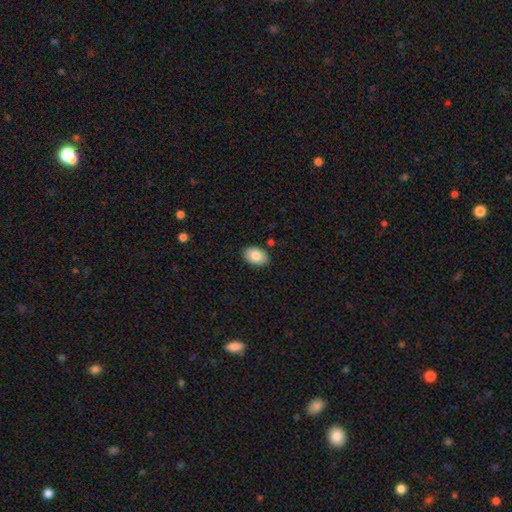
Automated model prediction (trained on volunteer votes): smooth_or_featured: smooth (p=0.81) [alt: featured or disk p=0.12]
how_rounded: in between (p=0.88) [alt: round p=0.11]
merging: none (p=0.87) [alt: minor disturbance p=0.09]